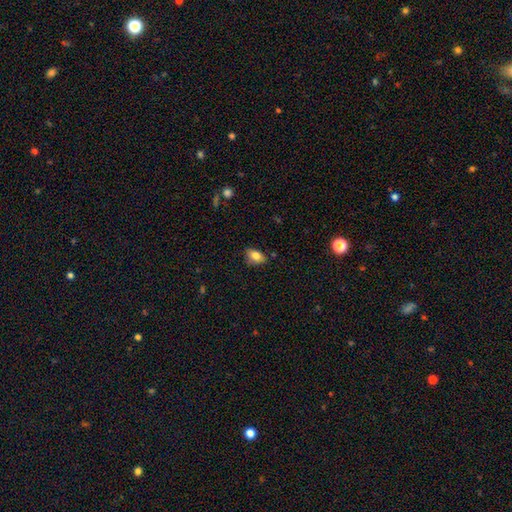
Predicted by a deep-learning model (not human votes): smooth-or-featured: smooth: 81% | featured or disk: 10% | star or artifact: 9%
  how-rounded: in between: 83% | round: 15% | cigar-shaped: 2%
  merging: none: 75% | minor disturbance: 19% | major disturbance: 3% | merger: 2%